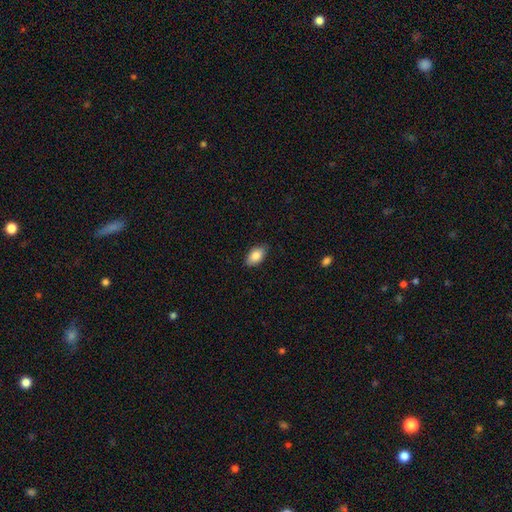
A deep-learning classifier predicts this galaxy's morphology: Smooth or featured? Predicted: smooth (p=0.86). How rounded? Predicted: in between (p=0.93). Merging? Predicted: none (p=0.85).